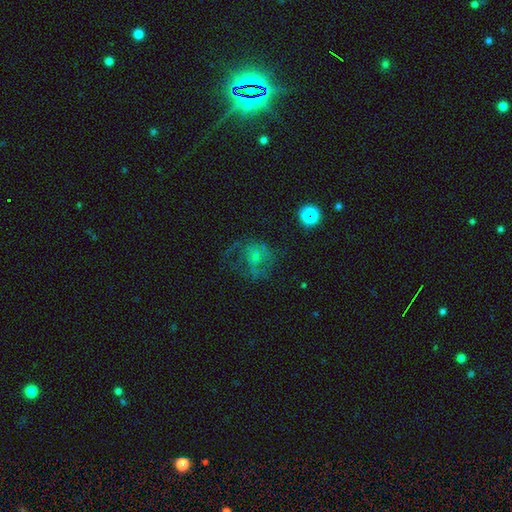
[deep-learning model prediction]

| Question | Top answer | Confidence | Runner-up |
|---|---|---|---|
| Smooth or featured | featured or disk | 48% | smooth (31%) |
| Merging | none | 48% | major disturbance (31%) |